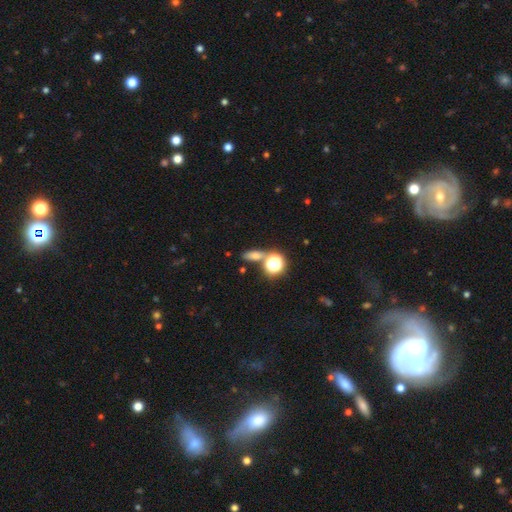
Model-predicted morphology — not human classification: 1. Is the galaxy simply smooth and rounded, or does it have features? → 51% smooth, 35% star or artifact, 14% featured or disk.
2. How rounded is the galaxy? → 48% in between, 33% round, 19% cigar-shaped.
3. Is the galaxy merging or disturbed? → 68% none, 18% merger, 9% minor disturbance, 4% major disturbance.